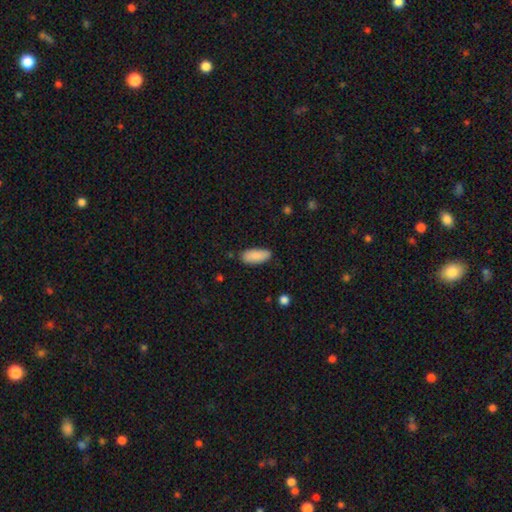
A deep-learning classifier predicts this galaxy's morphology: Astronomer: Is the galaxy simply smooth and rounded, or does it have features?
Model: smooth — 89%.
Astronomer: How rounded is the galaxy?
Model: in between — 85%.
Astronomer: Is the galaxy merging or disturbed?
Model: none — 85%.